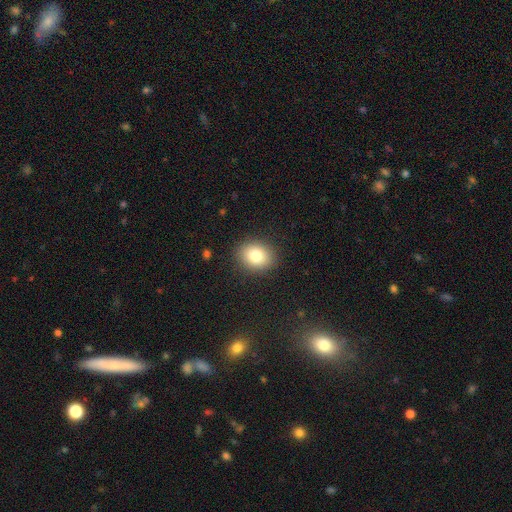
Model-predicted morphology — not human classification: Overall: smooth (81%). How rounded: round (52%; in between 47%). Merging: none (88%).